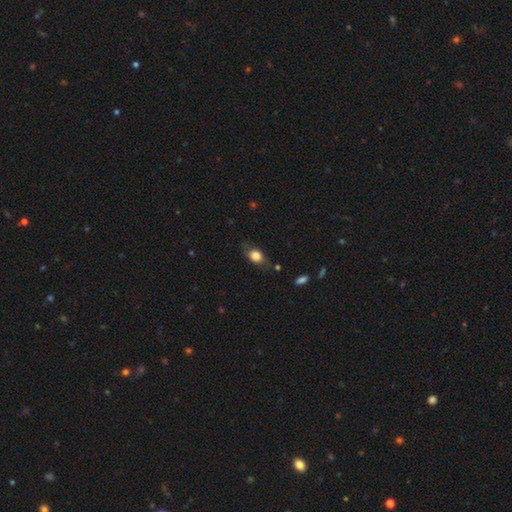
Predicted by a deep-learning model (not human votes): Smooth or featured? smooth (73%)
How rounded? in between (65%)
Merging? none (65%)